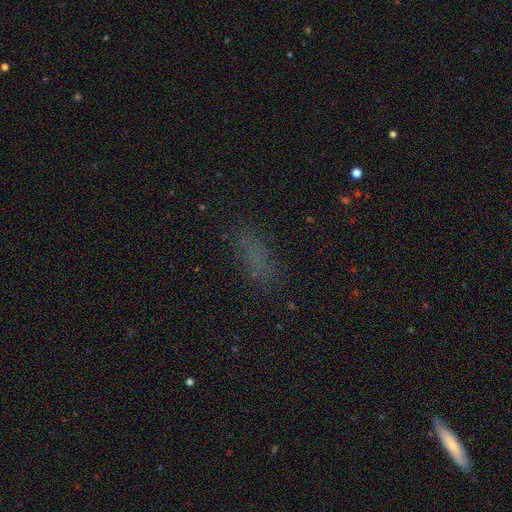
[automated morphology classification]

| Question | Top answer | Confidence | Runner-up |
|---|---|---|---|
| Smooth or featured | smooth | 66% | star or artifact (23%) |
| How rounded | in between | 58% | cigar-shaped (38%) |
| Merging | none | 78% | minor disturbance (14%) |